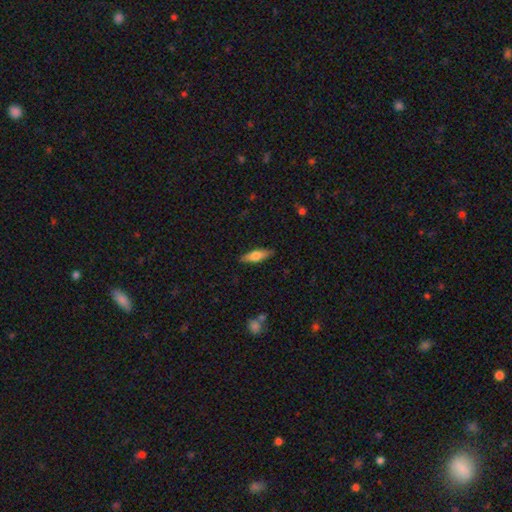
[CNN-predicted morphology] Smooth or featured?
  - smooth: 68% *
  - featured or disk: 26%
  - star or artifact: 6%
How rounded?
  - cigar-shaped: 49% * (tied)
  - in between: 49% * (tied)
  - round: 2%
Merging?
  - none: 87% *
  - minor disturbance: 10%
  - major disturbance: 2%
  - merger: 1%